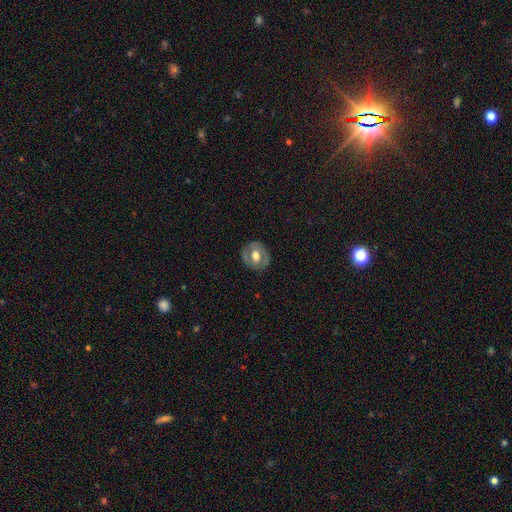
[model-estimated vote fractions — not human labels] featured or disk 54%, smooth 40%, star or artifact 6%. Down the decision tree: edge-on disk — no (95%); bar — no (63%); spiral arms — no (71%); bulge size — moderate (56%); merging — none (81%).